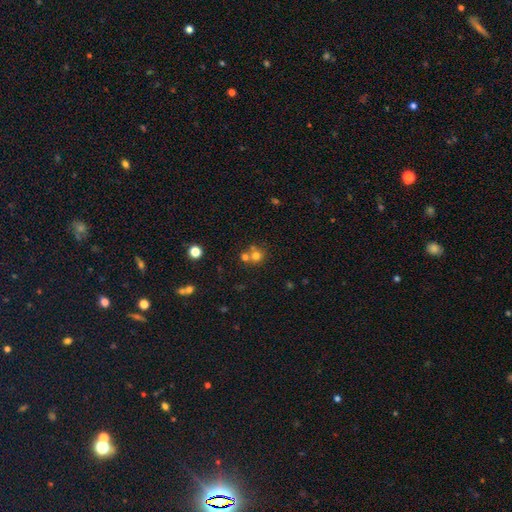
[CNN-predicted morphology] type=smooth (69%); roundness=round (86%); merging=none (49%).